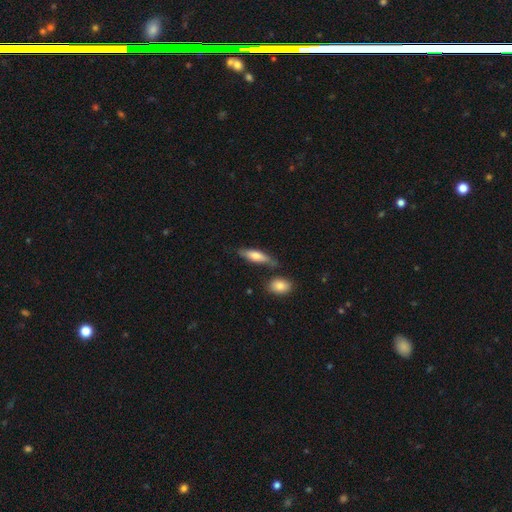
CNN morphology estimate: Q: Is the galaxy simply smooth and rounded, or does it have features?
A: smooth — 68%.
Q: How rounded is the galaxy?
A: cigar-shaped — 53%.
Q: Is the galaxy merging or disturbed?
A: none — 67%.